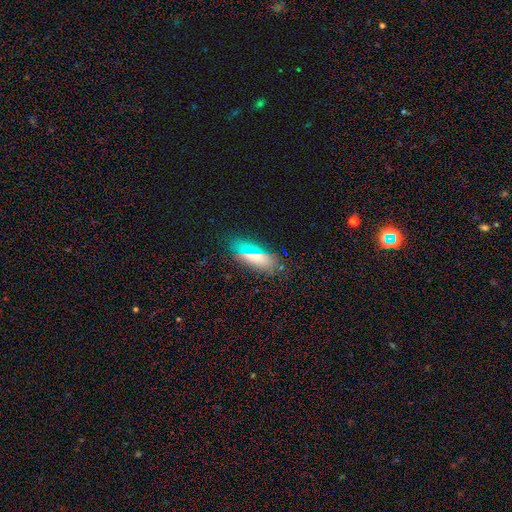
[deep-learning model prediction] This is possibly a smooth galaxy (52%). How rounded: possibly in between (59%). Merging: clearly none (82%).